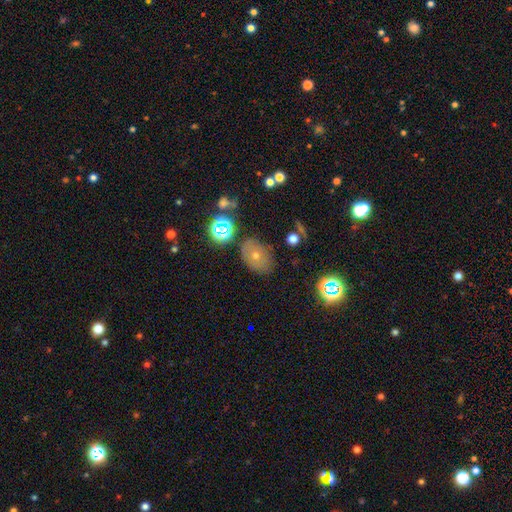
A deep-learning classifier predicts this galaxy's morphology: Overall: smooth (44%; star or artifact 32%). Merging: none (78%).